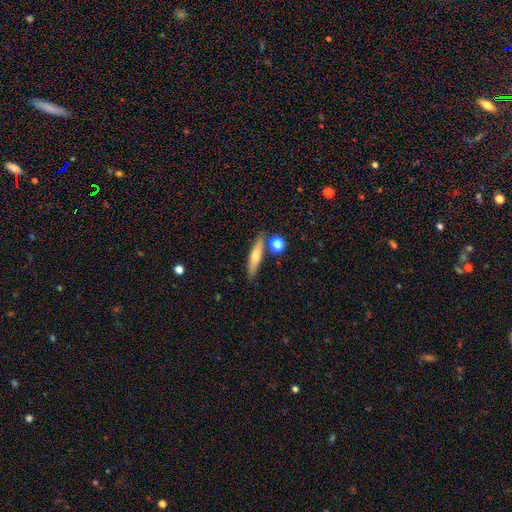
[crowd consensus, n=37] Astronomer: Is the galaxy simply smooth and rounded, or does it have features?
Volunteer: featured or disk — 54% (runner-up: smooth, 46%).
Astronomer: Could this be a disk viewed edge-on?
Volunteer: yes — 85%.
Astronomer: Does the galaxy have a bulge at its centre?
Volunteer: rounded — 88%.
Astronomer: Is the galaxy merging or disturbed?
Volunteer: none — 84%.